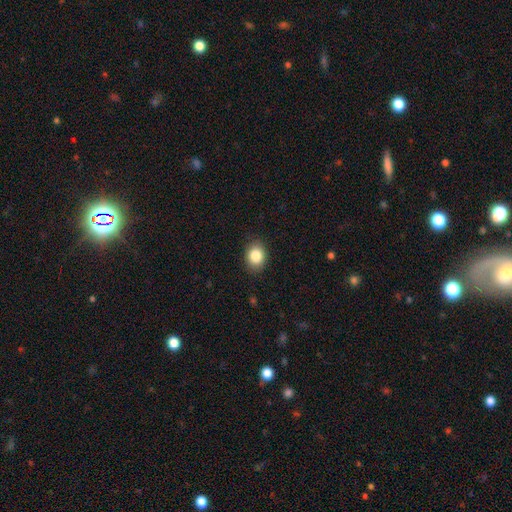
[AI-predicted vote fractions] Smooth or featured? Predicted: smooth (p=0.85). How rounded? Predicted: in between (p=0.56). Merging? Predicted: none (p=0.87).